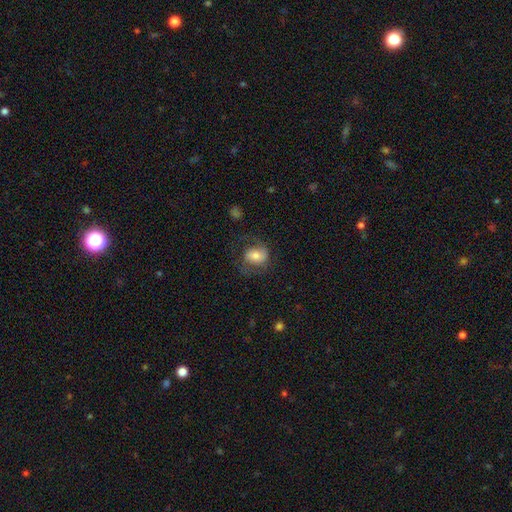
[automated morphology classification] The model was most divided on "smooth or featured": smooth: 51%, featured or disk: 40%, star or artifact: 8%. More confident: how rounded — in between (55%); merging — none (55%).